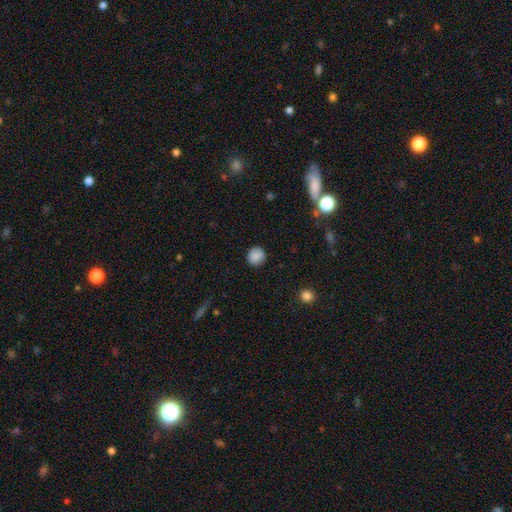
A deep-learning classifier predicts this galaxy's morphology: smooth-or-featured: smooth: 87% | star or artifact: 9% | featured or disk: 4%
  how-rounded: round: 86% | in between: 13% | cigar-shaped: 1%
  merging: none: 88% | minor disturbance: 9% | major disturbance: 2% | merger: 1%